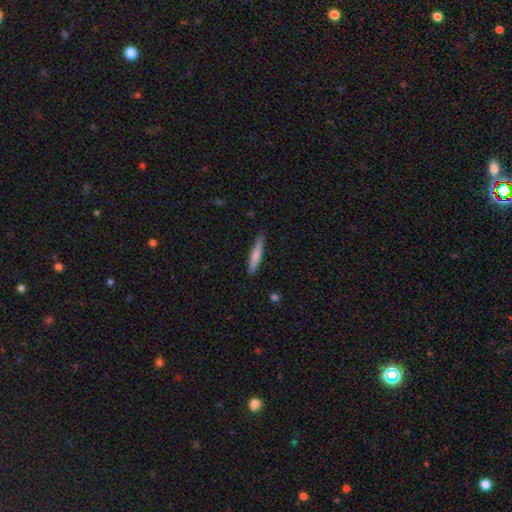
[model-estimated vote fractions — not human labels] smooth_or_featured: smooth (p=0.71) [alt: featured or disk p=0.24]
how_rounded: cigar-shaped (p=0.92) [alt: in between p=0.07]
merging: none (p=0.84) [alt: minor disturbance p=0.12]